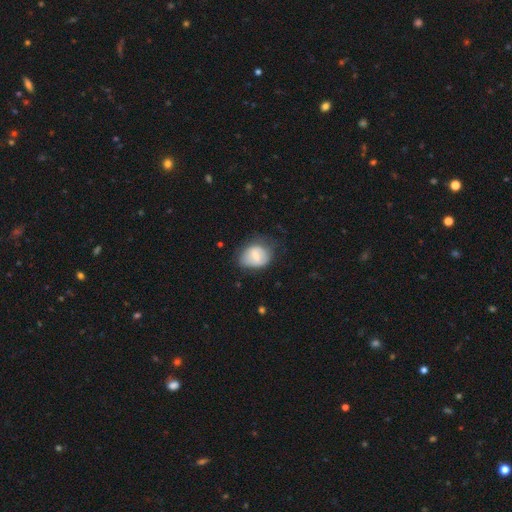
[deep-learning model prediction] A smooth galaxy with no disk features (57%) that is in between round and cigar-shaped (56%).

Vote fractions:
- Smooth or featured? smooth: 57% / featured or disk: 35% / star or artifact: 8%
- How rounded? in between: 56% / round: 43% / cigar-shaped: 1%
- Merging? none: 57% / minor disturbance: 29% / major disturbance: 12% / merger: 2%